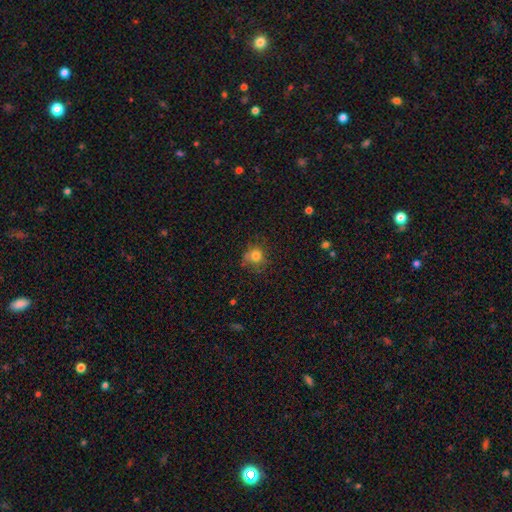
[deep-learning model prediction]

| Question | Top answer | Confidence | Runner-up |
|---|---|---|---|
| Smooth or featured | smooth | 79% | star or artifact (13%) |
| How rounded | round | 85% | in between (14%) |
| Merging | none | 70% | minor disturbance (20%) |